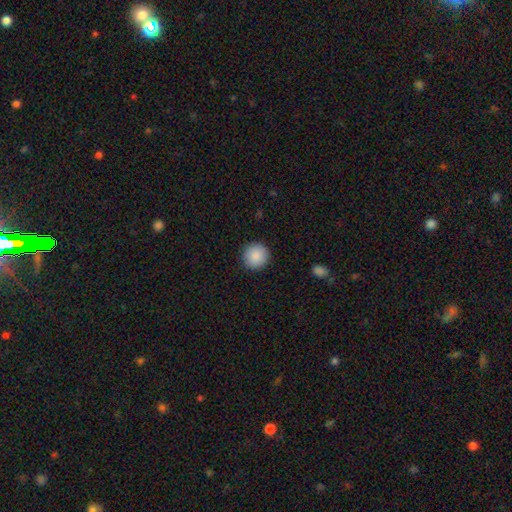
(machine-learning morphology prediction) This is clearly a smooth galaxy (89%). How rounded: clearly round (94%). Merging: clearly none (91%).